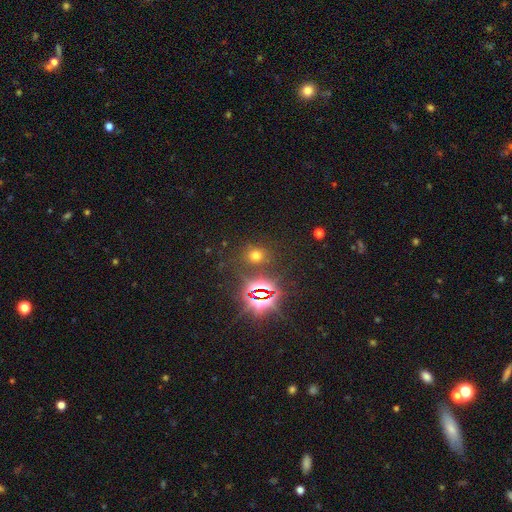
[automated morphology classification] The model was most divided on "smooth or featured": smooth: 54%, star or artifact: 38%, featured or disk: 8%. More confident: merging — none (81%); how rounded — round (74%).